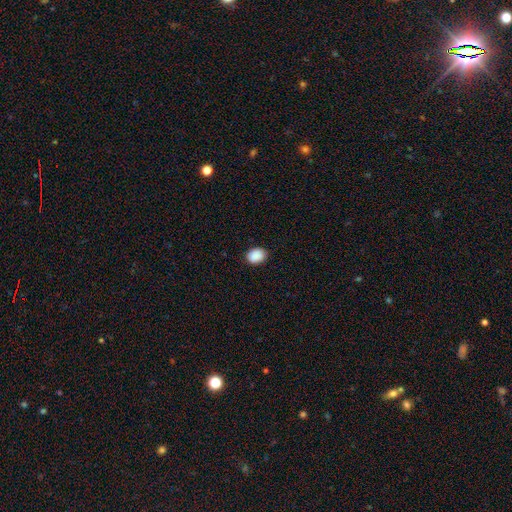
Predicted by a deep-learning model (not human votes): The model was most divided on "how rounded": in between: 63%, round: 37%, cigar-shaped: 1%. More confident: smooth or featured — smooth (90%); merging — none (88%).